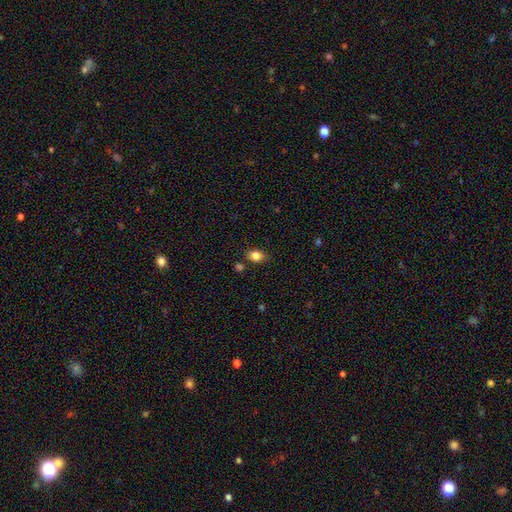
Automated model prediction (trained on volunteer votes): smooth_or_featured: smooth (p=0.82) [alt: star or artifact p=0.11]
how_rounded: in between (p=0.68) [alt: round p=0.30]
merging: none (p=0.78) [alt: minor disturbance p=0.14]